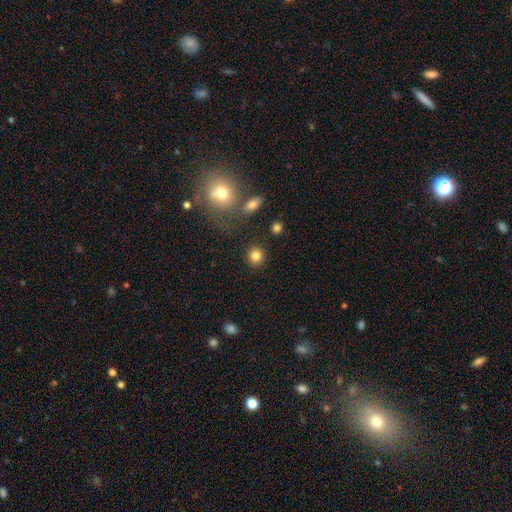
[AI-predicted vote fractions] The model was most divided on "smooth or featured": smooth: 84%, star or artifact: 11%, featured or disk: 5%. More confident: how rounded — round (89%); merging — none (87%).